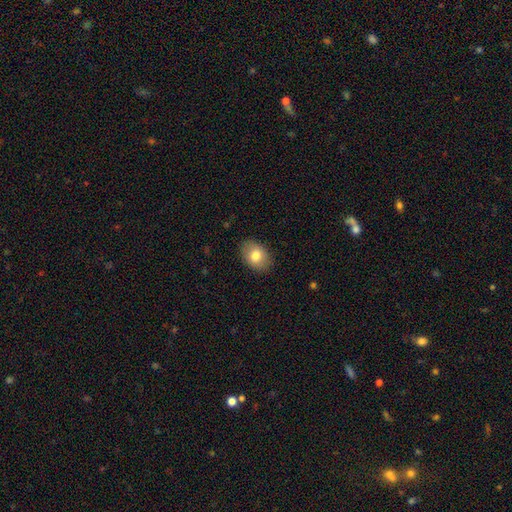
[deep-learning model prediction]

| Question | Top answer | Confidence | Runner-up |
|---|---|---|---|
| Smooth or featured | smooth | 79% | featured or disk (13%) |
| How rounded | in between | 75% | round (24%) |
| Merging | none | 87% | minor disturbance (10%) |